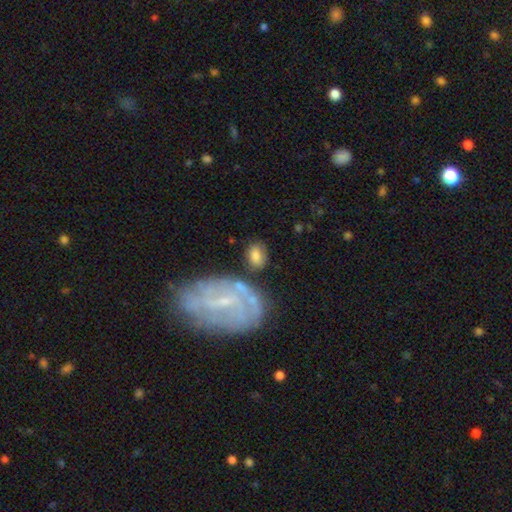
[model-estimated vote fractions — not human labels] Morphology: type=smooth (74%); roundness=in between (76%); merging=none (69%).